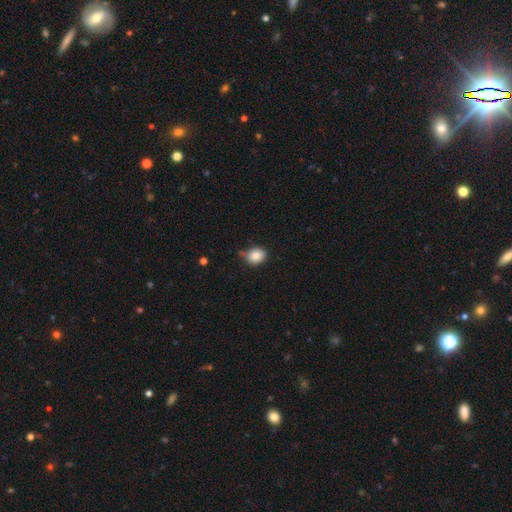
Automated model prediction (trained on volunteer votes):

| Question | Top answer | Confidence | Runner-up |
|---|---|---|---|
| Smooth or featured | smooth | 86% | star or artifact (9%) |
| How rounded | round | 71% | in between (28%) |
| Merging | none | 66% | minor disturbance (26%) |